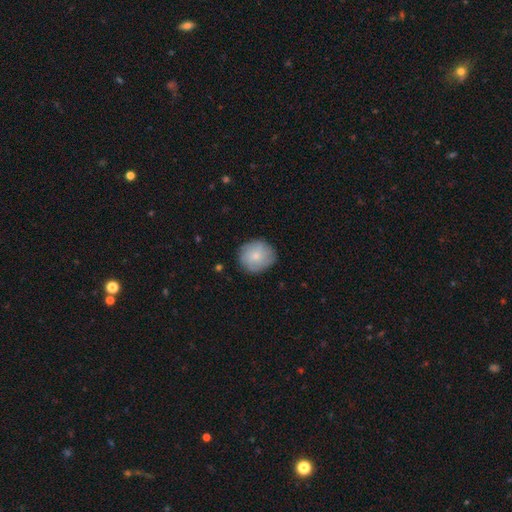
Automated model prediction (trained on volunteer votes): Morphology: type=smooth (70%); roundness=round (83%); merging=none (82%).